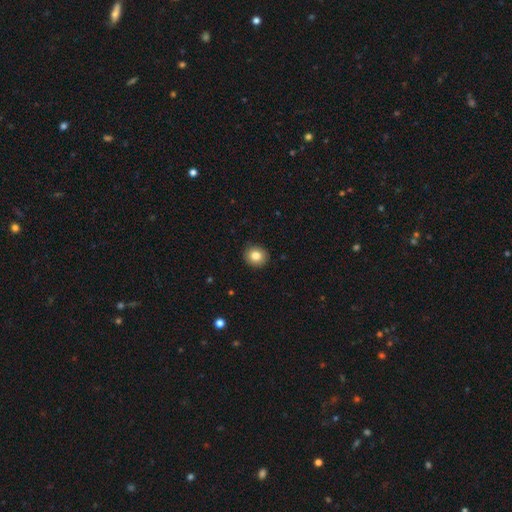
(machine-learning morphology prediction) The model was most divided on "how rounded": round: 84%, in between: 15%, cigar-shaped: 1%. More confident: merging — none (91%); smooth or featured — smooth (83%).